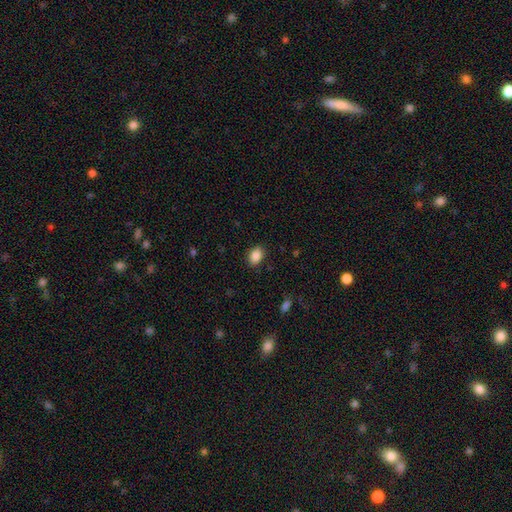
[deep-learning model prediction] This is clearly a smooth galaxy (88%). How rounded: likely in between (80%). Merging: clearly none (87%).